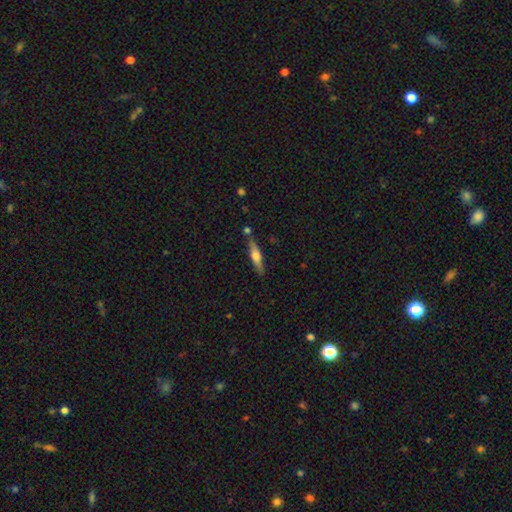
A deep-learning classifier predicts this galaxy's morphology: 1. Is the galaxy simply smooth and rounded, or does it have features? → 50% featured or disk, 44% smooth, 6% star or artifact.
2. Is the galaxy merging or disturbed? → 78% none, 13% minor disturbance, 7% merger, 3% major disturbance.